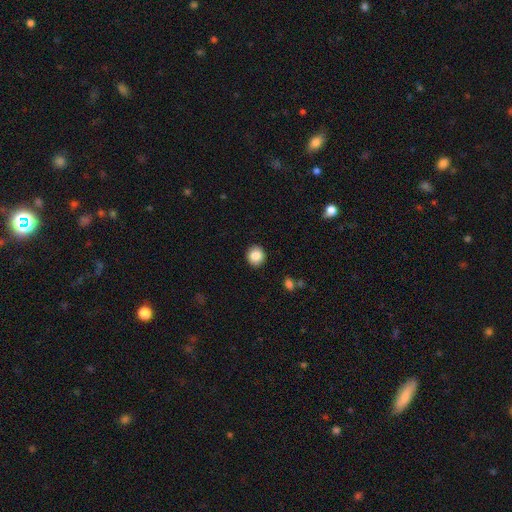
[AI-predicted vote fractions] Q: Smooth or featured?
A: smooth (86%); runner-up: star or artifact (9%)
Q: How rounded?
A: round (89%); runner-up: in between (10%)
Q: Merging?
A: none (91%); runner-up: minor disturbance (6%)